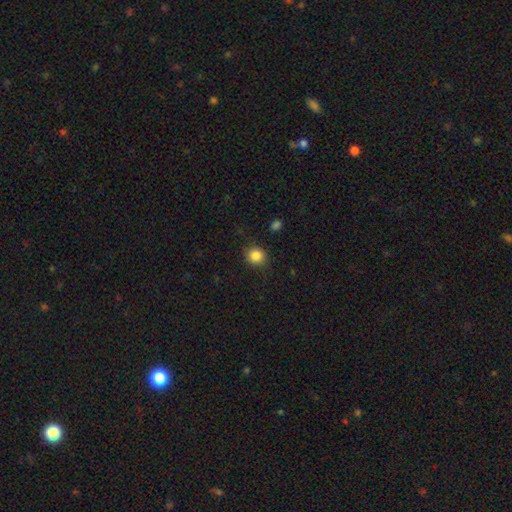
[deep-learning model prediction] smooth_or_featured: smooth (p=0.85) [alt: star or artifact p=0.10]
how_rounded: round (p=0.82) [alt: in between p=0.17]
merging: none (p=0.86) [alt: minor disturbance p=0.10]